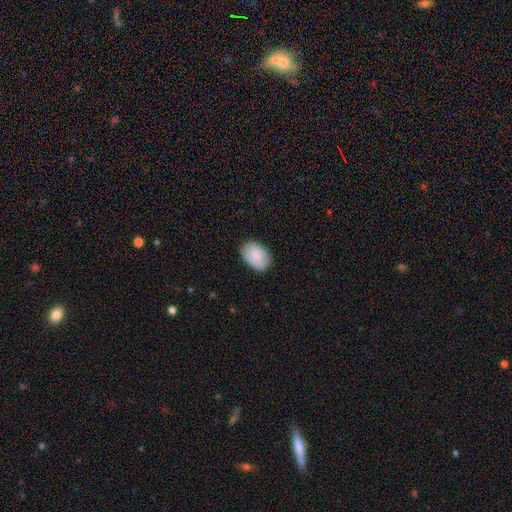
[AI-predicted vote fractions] smooth_or_featured: smooth (p=0.85) [alt: featured or disk p=0.09]
how_rounded: in between (p=0.85) [alt: round p=0.14]
merging: none (p=0.82) [alt: minor disturbance p=0.15]